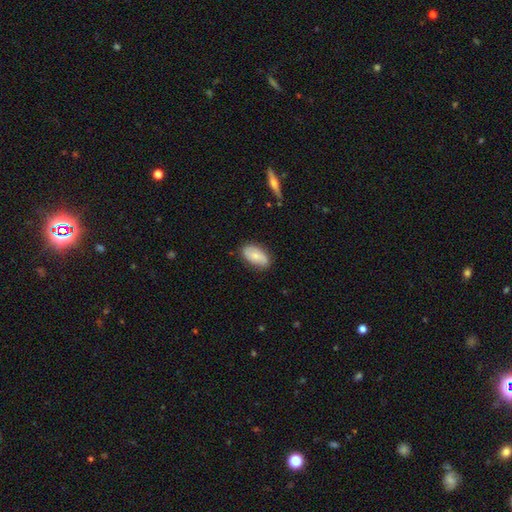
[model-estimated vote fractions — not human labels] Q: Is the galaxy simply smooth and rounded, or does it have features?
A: smooth — 65%.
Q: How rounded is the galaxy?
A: in between — 93%.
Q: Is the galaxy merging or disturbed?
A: none — 77%.